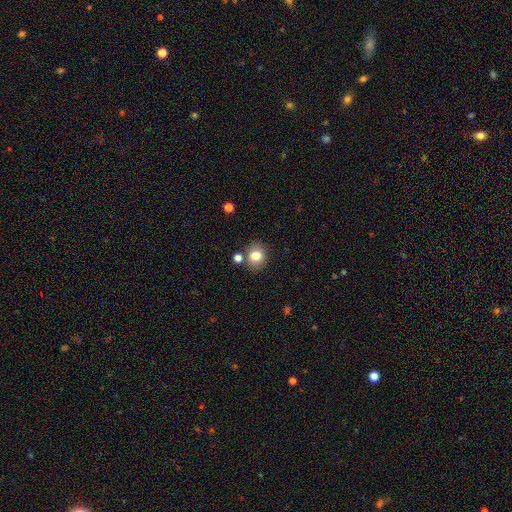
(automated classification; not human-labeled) A smooth galaxy with no disk features (80%) that is round (77%). Merging: none (78%).